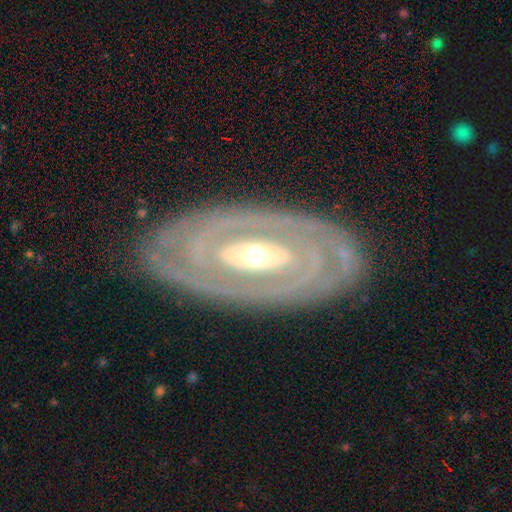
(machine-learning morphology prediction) Q: Smooth or featured?
A: featured or disk (85%); runner-up: smooth (11%)
Q: Edge-on disk?
A: no (91%); runner-up: yes (9%)
Q: Bar?
A: no (61%); runner-up: weak (22%)
Q: Spiral arms?
A: yes (67%); runner-up: no (33%)
Q: Spiral winding?
A: tight (75%); runner-up: medium (18%)
Q: Spiral arm count?
A: can't tell (40%); runner-up: 2 (37%)
Q: Bulge size?
A: moderate (61%); runner-up: small (30%)
Q: Merging?
A: none (82%); runner-up: minor disturbance (12%)